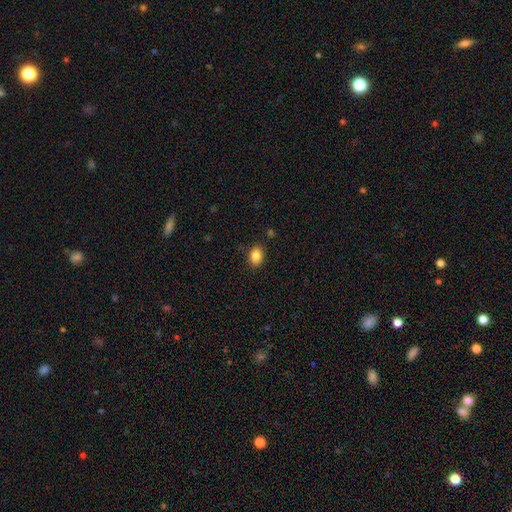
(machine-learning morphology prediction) This is clearly a smooth galaxy (86%). How rounded: likely in between (70%). Merging: clearly none (86%).